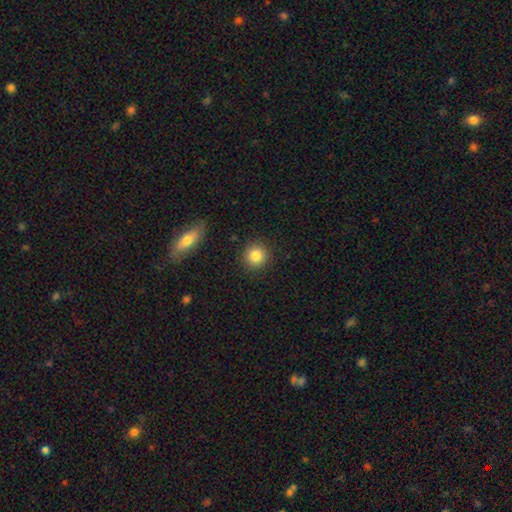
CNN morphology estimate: The model was most divided on "smooth or featured": smooth: 85%, star or artifact: 9%, featured or disk: 6%. More confident: how rounded — round (91%); merging — none (90%).